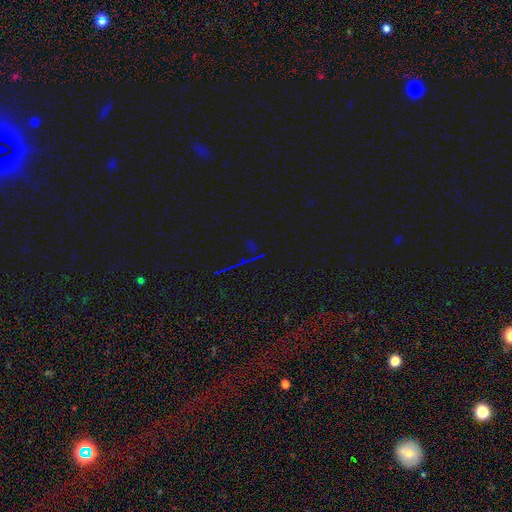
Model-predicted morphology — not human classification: A star or artifact, not a galaxy (80%).

Vote fractions:
- Smooth or featured? star or artifact: 80% / smooth: 12% / featured or disk: 8%